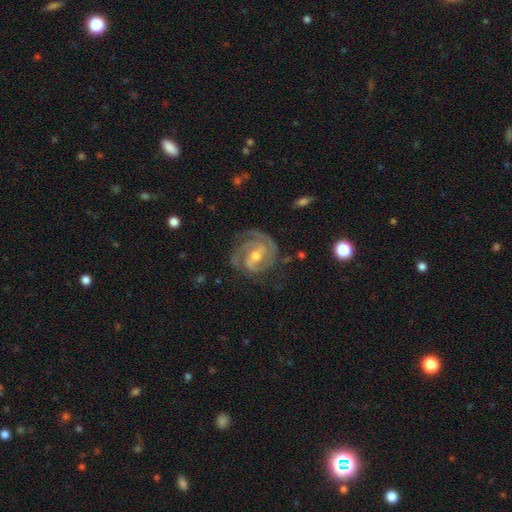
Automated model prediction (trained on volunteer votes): Smooth or featured?
  - featured or disk: 91% *
  - smooth: 5%
  - star or artifact: 4%
Edge-on disk?
  - no: 98% *
  - yes: 2%
Bar?
  - weak: 46% *
  - no: 34%
  - strong: 21%
Spiral arms?
  - yes: 98% *
  - no: 2%
Spiral winding?
  - tight: 65% *
  - medium: 30%
  - loose: 4%
Spiral arm count?
  - 2: 39% *
  - 3: 38%
  - can't tell: 10%
  - 4: 6%
  - 1: 4%
  - more than 4: 4%
Bulge size?
  - moderate: 55% *
  - small: 41%
  - large: 2%
  - none: 1%
  - dominant: 1%
Merging?
  - none: 73% *
  - minor disturbance: 18%
  - major disturbance: 8%
  - merger: 2%